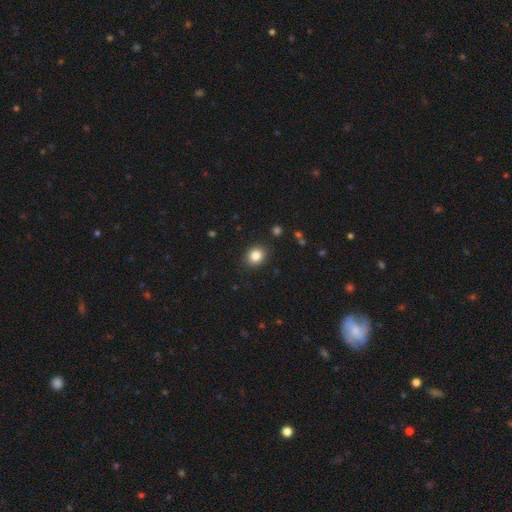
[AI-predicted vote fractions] Q: Smooth or featured?
A: smooth (84%); runner-up: star or artifact (10%)
Q: How rounded?
A: round (70%); runner-up: in between (29%)
Q: Merging?
A: none (90%); runner-up: minor disturbance (7%)